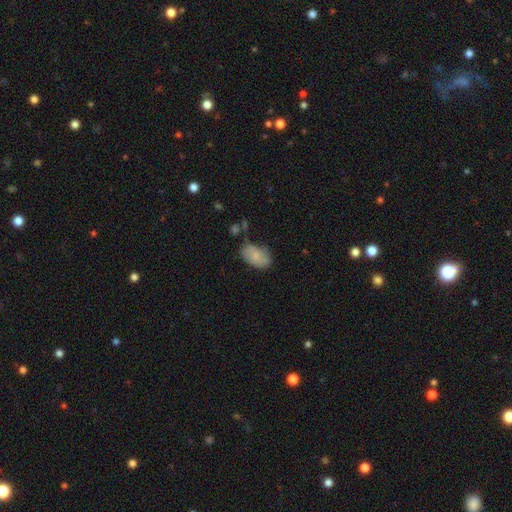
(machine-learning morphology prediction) Smooth or featured? smooth (74%)
How rounded? in between (90%)
Merging? none (59%)